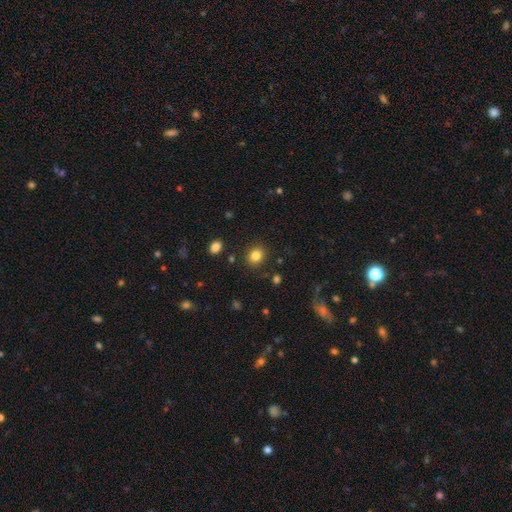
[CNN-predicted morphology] This appears to be a smooth galaxy with no disk features (83%) that is round (71%). Merging: none (87%).